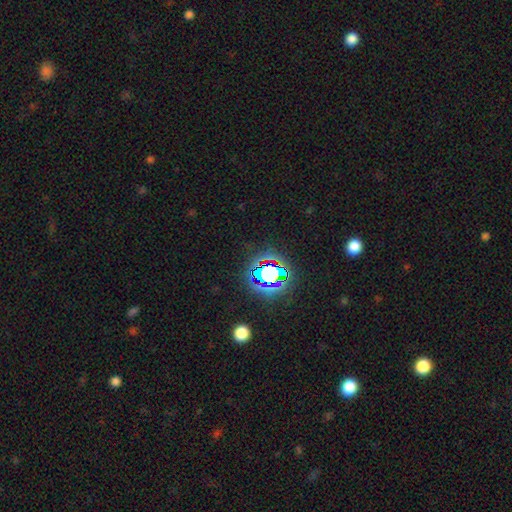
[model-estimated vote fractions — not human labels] Smooth or featured: star or artifact — 79% (smooth — 13%)